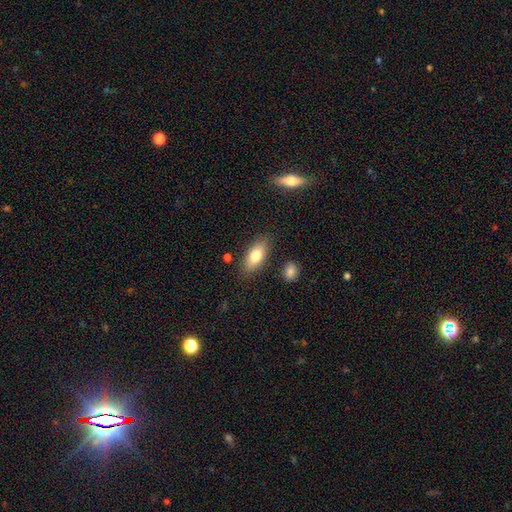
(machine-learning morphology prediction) Q: Smooth or featured?
A: smooth (78%); runner-up: featured or disk (15%)
Q: How rounded?
A: in between (84%); runner-up: cigar-shaped (12%)
Q: Merging?
A: none (82%); runner-up: minor disturbance (12%)